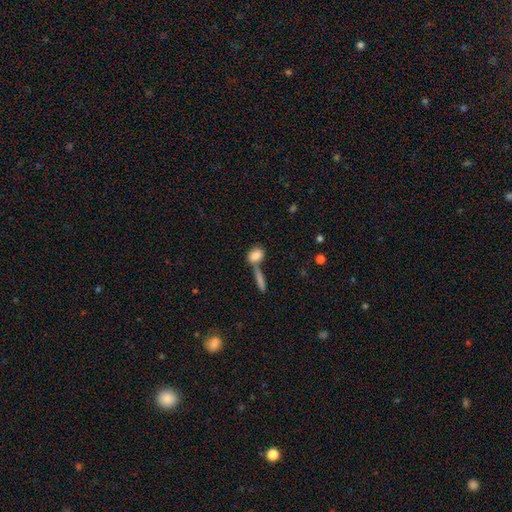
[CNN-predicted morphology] Smooth or featured?
  - smooth: 83% *
  - featured or disk: 10%
  - star or artifact: 8%
How rounded?
  - in between: 70% *
  - round: 20%
  - cigar-shaped: 9%
Merging?
  - none: 45% *
  - merger: 40%
  - minor disturbance: 10%
  - major disturbance: 5%